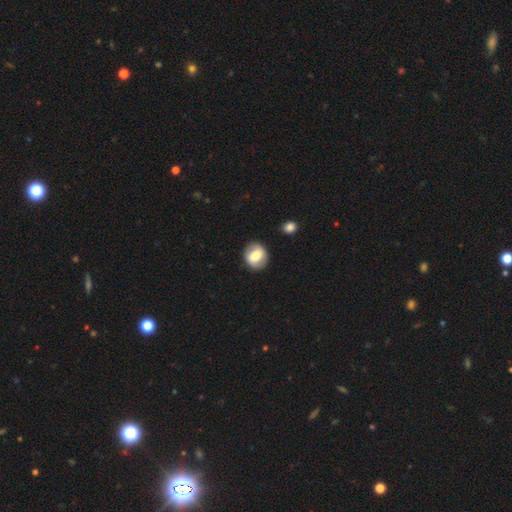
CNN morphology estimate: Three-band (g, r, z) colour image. It shows a smooth galaxy with no disk features (62%) that is round (67%). Merging: none (86%).